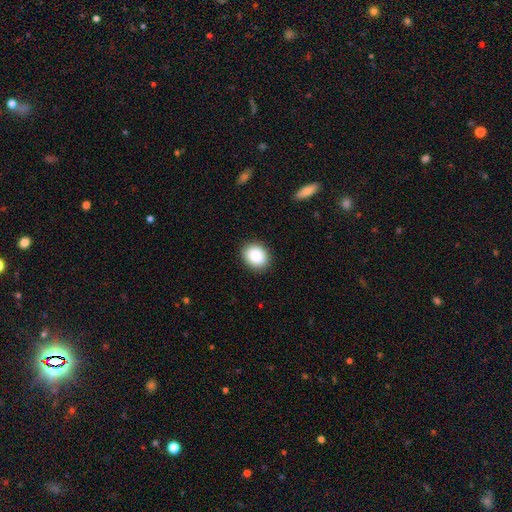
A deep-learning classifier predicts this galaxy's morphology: This appears to be a smooth galaxy with no disk features (89%) that is round (56%). Merging: none (89%).